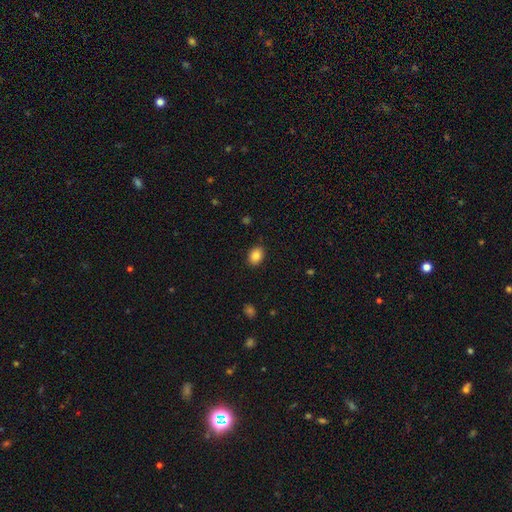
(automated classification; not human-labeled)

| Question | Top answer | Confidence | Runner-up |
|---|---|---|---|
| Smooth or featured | smooth | 86% | star or artifact (9%) |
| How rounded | in between | 70% | round (29%) |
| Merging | none | 87% | minor disturbance (9%) |